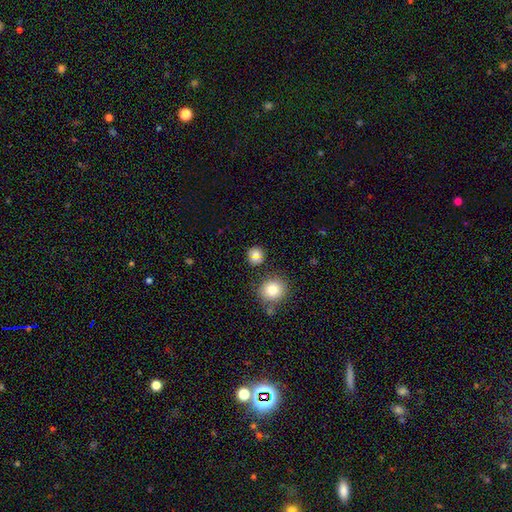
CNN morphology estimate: type=smooth (81%); roundness=round (91%); merging=none (80%).